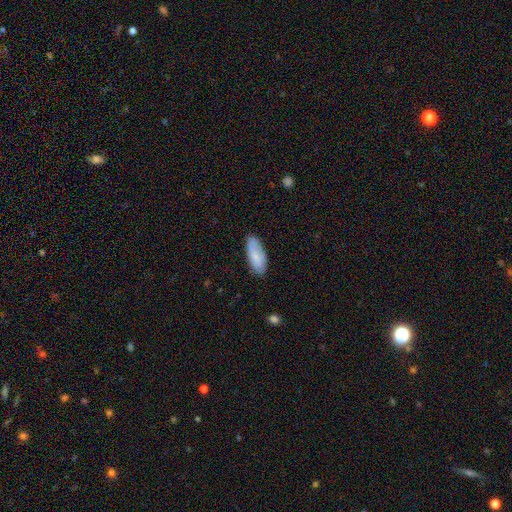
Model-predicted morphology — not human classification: smooth_or_featured: smooth (p=0.78) [alt: featured or disk p=0.16]
how_rounded: in between (p=0.82) [alt: cigar-shaped p=0.16]
merging: none (p=0.78) [alt: minor disturbance p=0.18]